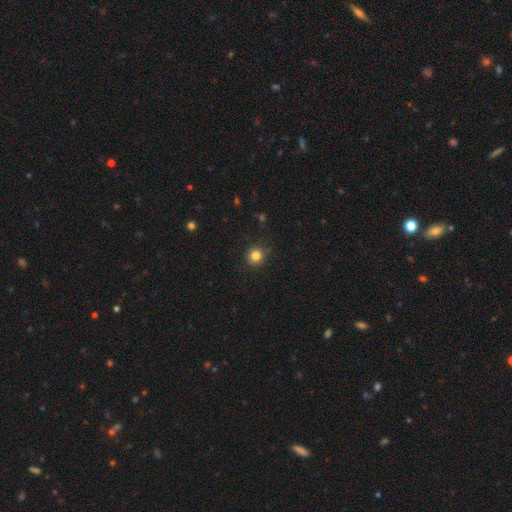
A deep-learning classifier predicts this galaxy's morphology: The model was most divided on "smooth or featured": smooth: 82%, star or artifact: 12%, featured or disk: 5%. More confident: how rounded — round (91%); merging — none (89%).